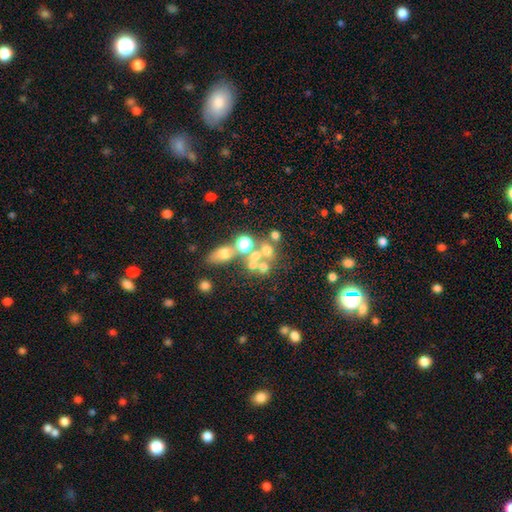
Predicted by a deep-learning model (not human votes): Smooth or featured? smooth (45%)
Merging? merger (44%)